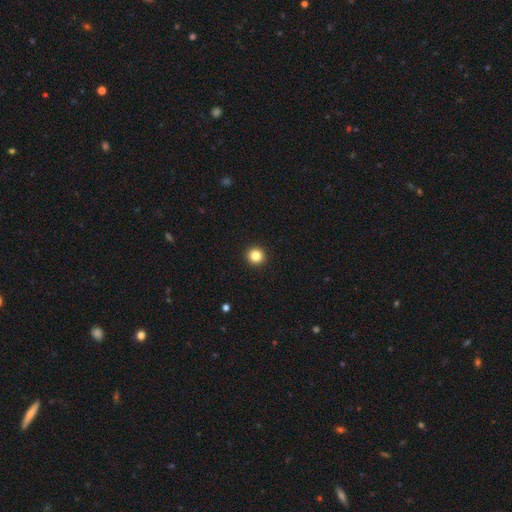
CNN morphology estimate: smooth-or-featured: smooth: 85% | star or artifact: 11% | featured or disk: 5%
  how-rounded: round: 96% | in between: 3% | cigar-shaped: 1%
  merging: none: 94% | minor disturbance: 4% | major disturbance: 1% | merger: 1%